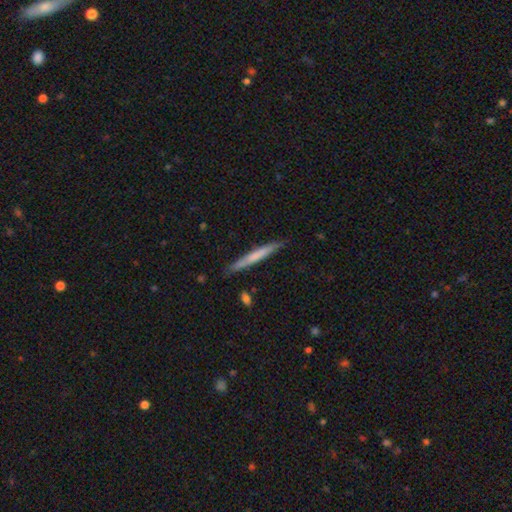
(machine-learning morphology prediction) Smooth or featured: smooth — 57% (featured or disk — 38%)
How rounded: cigar-shaped — 96% (in between — 3%)
Merging: none — 87% (minor disturbance — 10%)